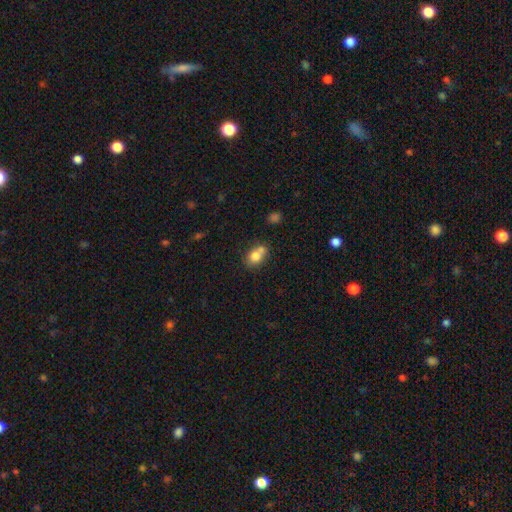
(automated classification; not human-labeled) Smooth or featured: smooth — 76% (featured or disk — 14%)
How rounded: in between — 53% (round — 45%)
Merging: none — 41% (merger — 40%)